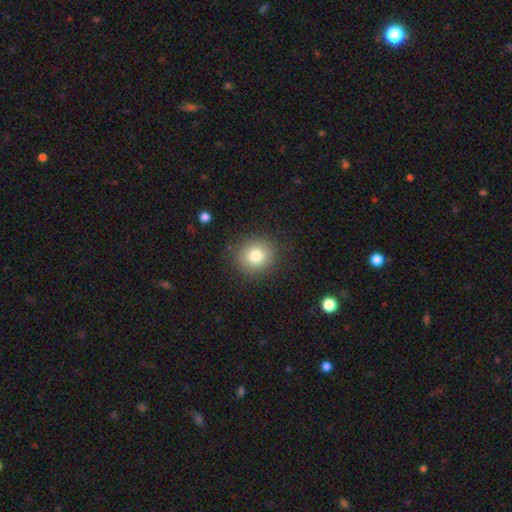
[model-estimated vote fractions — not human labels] This is likely a smooth galaxy (80%). How rounded: clearly round (88%). Merging: clearly none (88%).